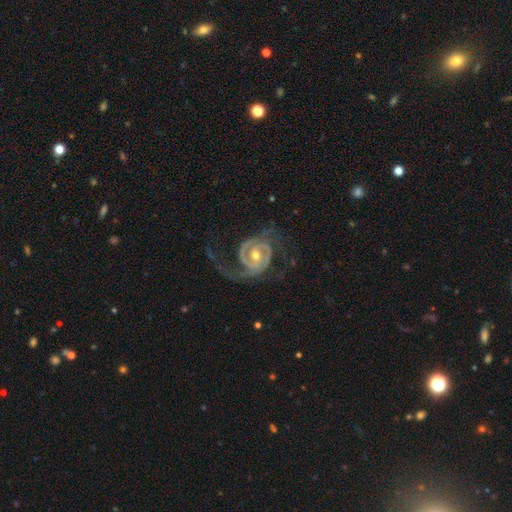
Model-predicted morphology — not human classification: Q: Smooth or featured?
A: featured or disk (93%); runner-up: star or artifact (4%)
Q: Edge-on disk?
A: no (98%); runner-up: yes (2%)
Q: Bar?
A: no (56%); runner-up: weak (29%)
Q: Spiral arms?
A: yes (98%); runner-up: no (2%)
Q: Spiral winding?
A: medium (43%); runner-up: tight (40%)
Q: Spiral arm count?
A: 2 (75%); runner-up: 3 (10%)
Q: Bulge size?
A: moderate (68%); runner-up: small (27%)
Q: Merging?
A: none (61%); runner-up: major disturbance (21%)